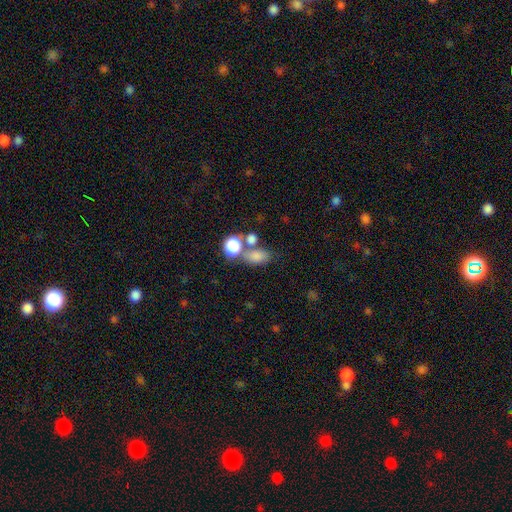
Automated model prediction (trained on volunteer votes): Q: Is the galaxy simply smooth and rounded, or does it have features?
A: smooth — 78%.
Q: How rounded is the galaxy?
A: in between — 77%.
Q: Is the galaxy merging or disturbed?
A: none — 42%.